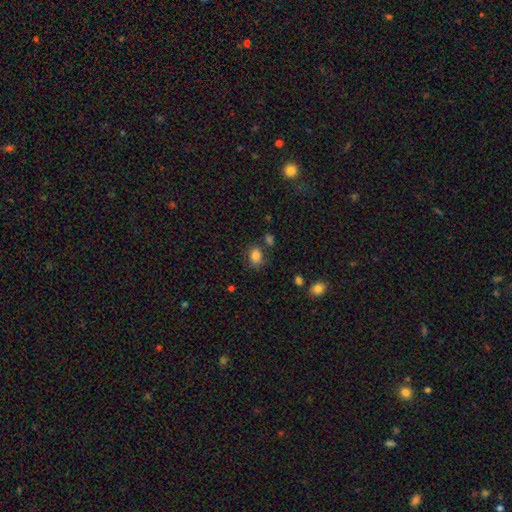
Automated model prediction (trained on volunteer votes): Smooth or featured? Predicted: smooth (p=0.82). How rounded? Predicted: in between (p=0.61). Merging? Predicted: none (p=0.72).